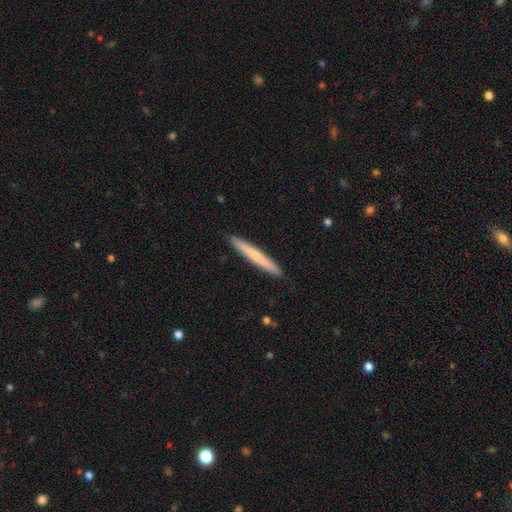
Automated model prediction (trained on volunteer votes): Smooth or featured: smooth — 65% (featured or disk — 30%)
How rounded: cigar-shaped — 97% (in between — 2%)
Merging: none — 92% (minor disturbance — 6%)